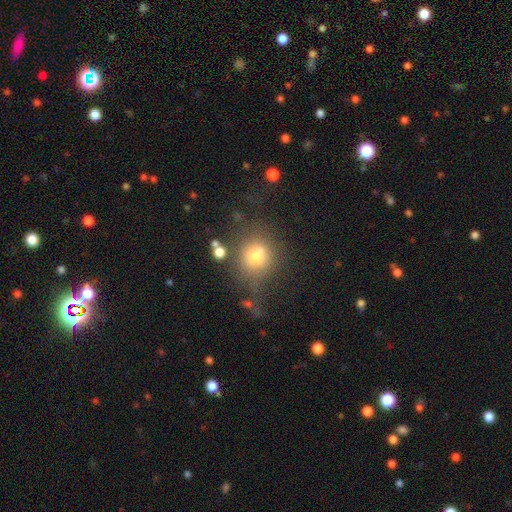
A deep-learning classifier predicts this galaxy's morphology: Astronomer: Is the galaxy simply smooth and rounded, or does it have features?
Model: smooth — 68%.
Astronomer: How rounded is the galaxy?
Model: round — 78%.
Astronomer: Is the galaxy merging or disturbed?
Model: none — 53%.